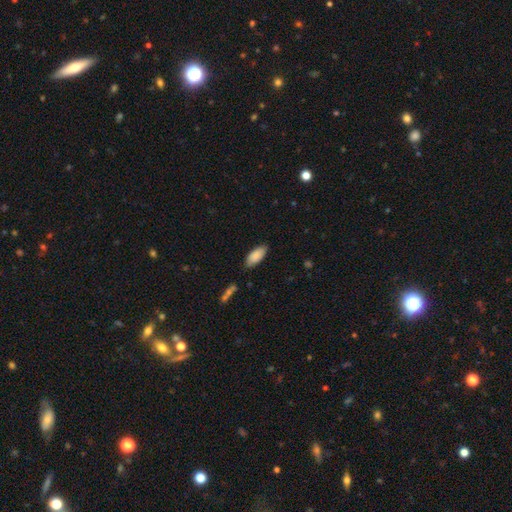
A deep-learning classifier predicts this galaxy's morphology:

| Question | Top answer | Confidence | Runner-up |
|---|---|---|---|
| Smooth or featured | smooth | 88% | star or artifact (6%) |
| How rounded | in between | 87% | cigar-shaped (11%) |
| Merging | none | 83% | minor disturbance (13%) |